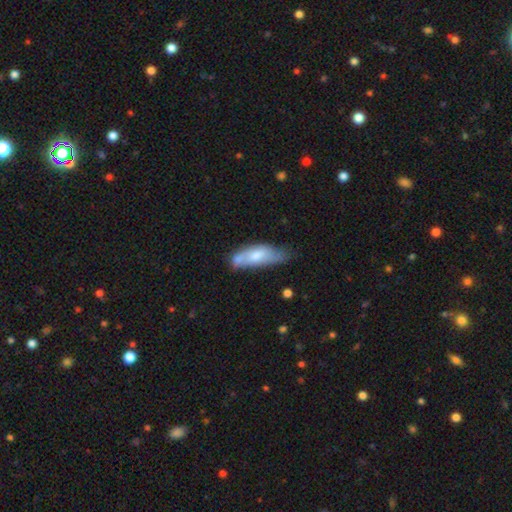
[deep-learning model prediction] Smooth or featured? Predicted: smooth (p=0.57). How rounded? Predicted: in between (p=0.61). Merging? Predicted: none (p=0.36).